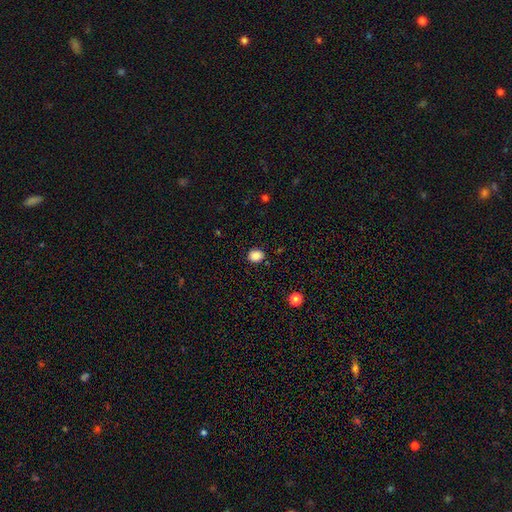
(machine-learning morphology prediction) This appears to be a smooth galaxy with no disk features (86%) that is round (58%). Merging: none (88%).